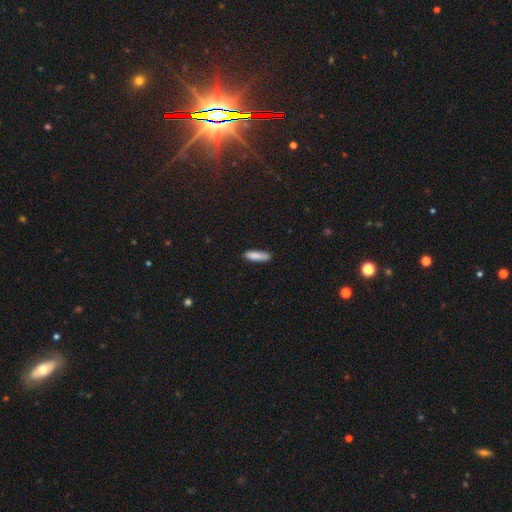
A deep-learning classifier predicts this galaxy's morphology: Smooth or featured: smooth — 86% (featured or disk — 7%)
How rounded: cigar-shaped — 75% (in between — 24%)
Merging: none — 82% (minor disturbance — 14%)